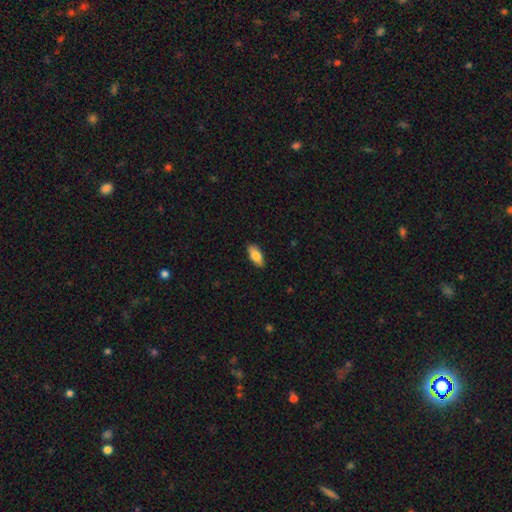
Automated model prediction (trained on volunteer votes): smooth 79%, featured or disk 15%, star or artifact 6%. Down the decision tree: how rounded — in between (83%); merging — none (87%).